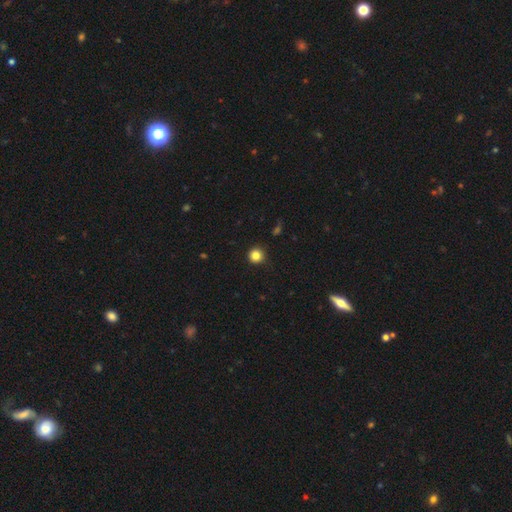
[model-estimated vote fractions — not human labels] Overall: smooth (84%). How rounded: round (95%). Merging: none (91%).